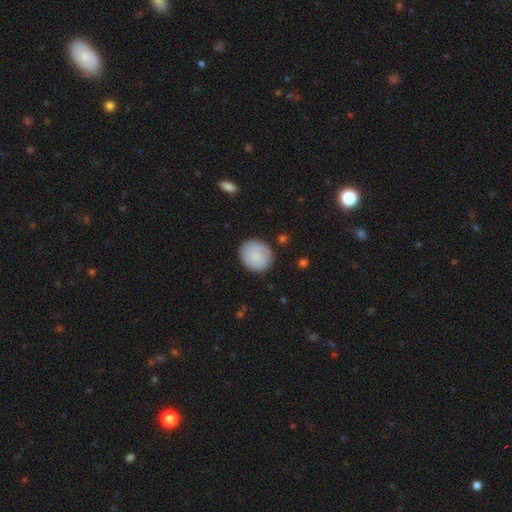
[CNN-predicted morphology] smooth_or_featured: smooth (p=0.73) [alt: featured or disk p=0.21]
how_rounded: round (p=0.83) [alt: in between p=0.16]
merging: none (p=0.84) [alt: minor disturbance p=0.11]